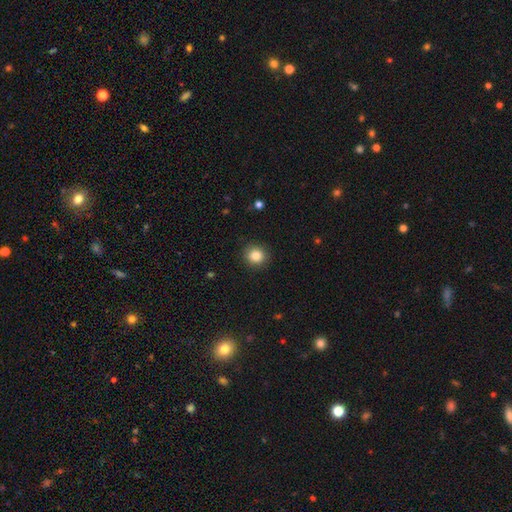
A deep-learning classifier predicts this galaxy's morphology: A smooth galaxy with no disk features (85%) that is round (88%).

Vote fractions:
- Smooth or featured? smooth: 85% / star or artifact: 10% / featured or disk: 5%
- How rounded? round: 88% / in between: 11% / cigar-shaped: 1%
- Merging? none: 90% / minor disturbance: 7% / major disturbance: 2% / merger: 1%